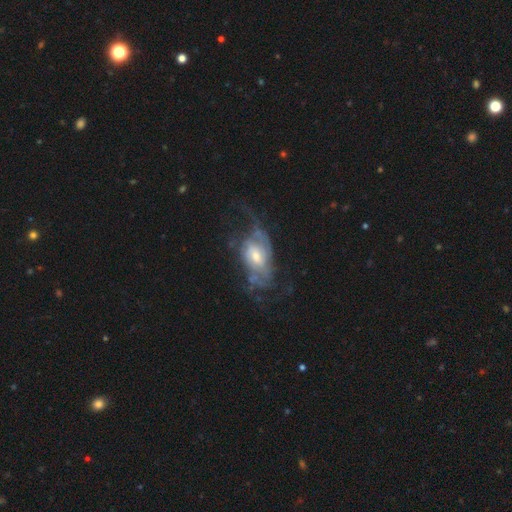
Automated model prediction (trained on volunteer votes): smooth-or-featured: featured or disk: 74% | smooth: 19% | star or artifact: 7%
  disk-edge-on: no: 94% | yes: 6%
    bar: no: 52% | weak: 39% | strong: 9%
    has-spiral-arms: yes: 77% | no: 23%
      spiral-winding: medium: 37% (tied) | loose: 37% (tied) | tight: 26%
      spiral-arm-count: can't tell: 42% | 2: 33% | 1: 9% | 3: 8% | 4: 4% | more than 4: 4%
    bulge-size: moderate: 56% | small: 28% | large: 11% | none: 3% | dominant: 1%
  merging: major disturbance: 39% | none: 38% | minor disturbance: 20% | merger: 3%